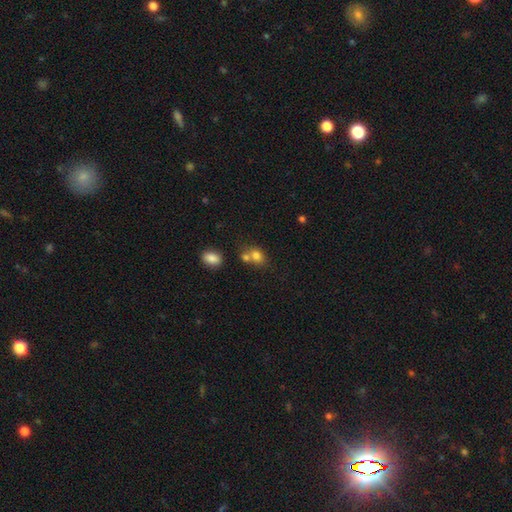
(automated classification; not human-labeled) Smooth or featured? Predicted: smooth (p=0.78). How rounded? Predicted: in between (p=0.53). Merging? Predicted: none (p=0.43).